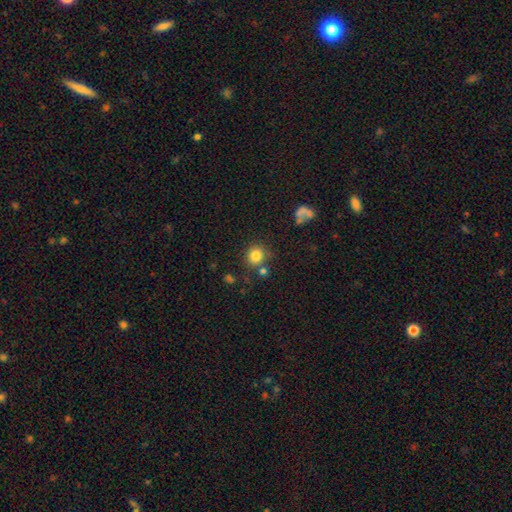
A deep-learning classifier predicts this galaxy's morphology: Smooth or featured?
  - smooth: 82% *
  - star or artifact: 11%
  - featured or disk: 6%
How rounded?
  - round: 88% *
  - in between: 11%
  - cigar-shaped: 1%
Merging?
  - none: 75% *
  - merger: 11%
  - minor disturbance: 10%
  - major disturbance: 4%